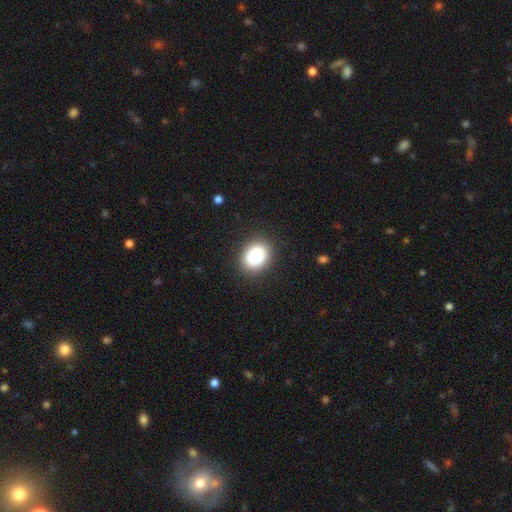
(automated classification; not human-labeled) smooth_or_featured: smooth (p=0.76) [alt: featured or disk p=0.14]
how_rounded: round (p=0.57) [alt: in between p=0.42]
merging: none (p=0.77) [alt: minor disturbance p=0.14]